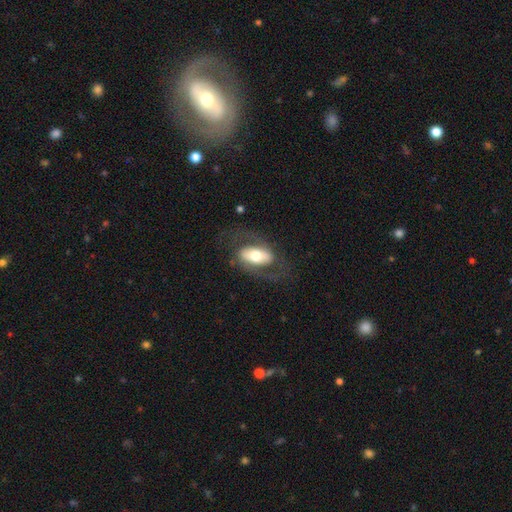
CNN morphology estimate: Smooth or featured? featured or disk (54%)
Edge-on disk? no (89%)
Merging? none (67%)